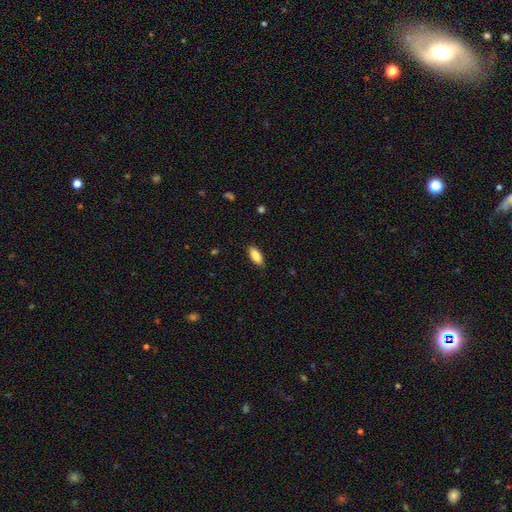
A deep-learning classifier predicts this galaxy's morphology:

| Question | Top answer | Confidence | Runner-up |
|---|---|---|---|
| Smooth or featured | smooth | 85% | featured or disk (8%) |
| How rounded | in between | 81% | cigar-shaped (17%) |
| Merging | none | 86% | minor disturbance (11%) |